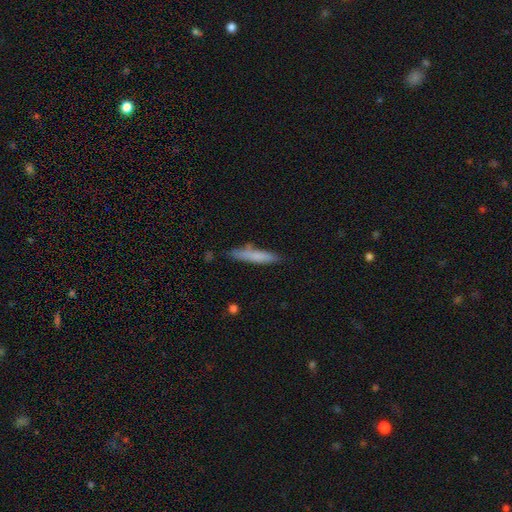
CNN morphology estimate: A smooth galaxy with no disk features (74%) that is cigar-shaped (91%).

Vote fractions:
- Smooth or featured? smooth: 74% / featured or disk: 19% / star or artifact: 6%
- How rounded? cigar-shaped: 91% / in between: 8% / round: 1%
- Merging? none: 80% / minor disturbance: 14% / merger: 4% / major disturbance: 3%